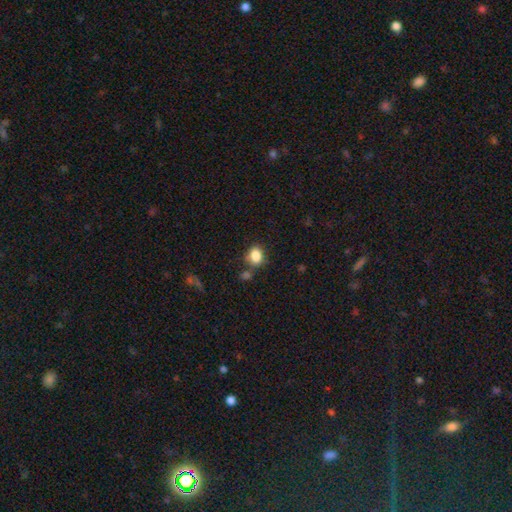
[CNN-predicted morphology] Smooth or featured?
  - smooth: 84% *
  - star or artifact: 10%
  - featured or disk: 6%
How rounded?
  - round: 51% *
  - in between: 47%
  - cigar-shaped: 1%
Merging?
  - none: 68% *
  - minor disturbance: 16%
  - merger: 11%
  - major disturbance: 5%